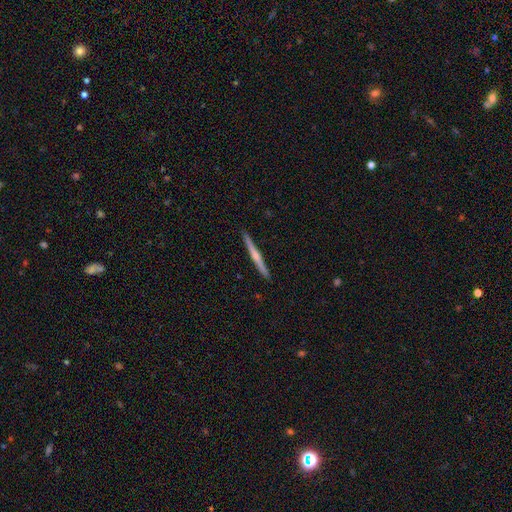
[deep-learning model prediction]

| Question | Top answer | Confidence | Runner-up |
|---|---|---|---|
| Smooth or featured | featured or disk | 64% | smooth (30%) |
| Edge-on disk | yes | 98% | no (2%) |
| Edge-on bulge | rounded | 68% | none (25%) |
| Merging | none | 92% | minor disturbance (6%) |